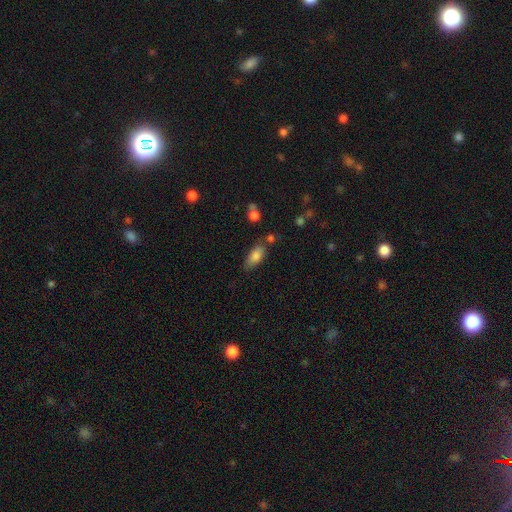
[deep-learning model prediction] Overall: smooth (82%). How rounded: in between (83%). Merging: none (67%).